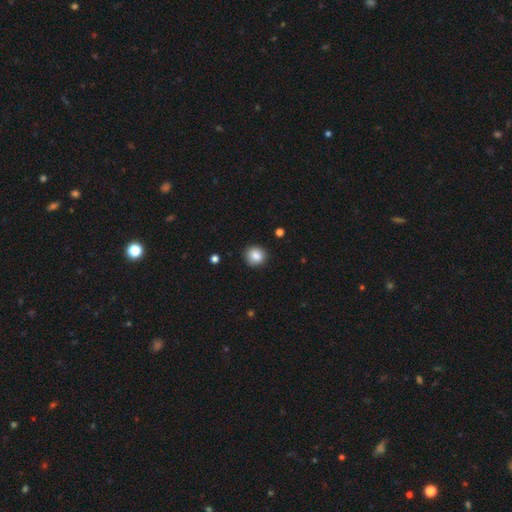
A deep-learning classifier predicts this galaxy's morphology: smooth 86%, star or artifact 9%, featured or disk 5%. Down the decision tree: how rounded — round (89%); merging — none (88%).